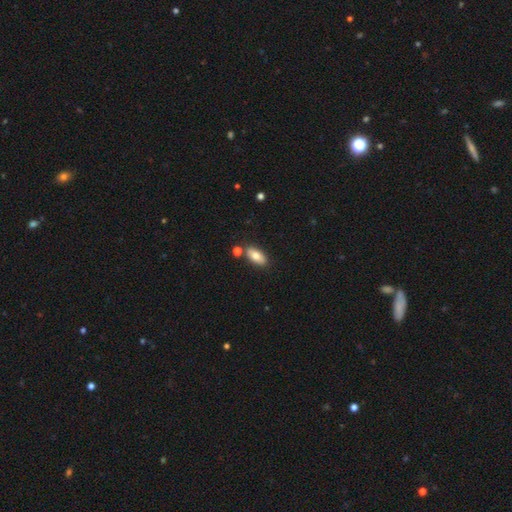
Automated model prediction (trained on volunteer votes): This appears to be a smooth galaxy with no disk features (78%) that is in between round and cigar-shaped (89%). Merging: none (79%).